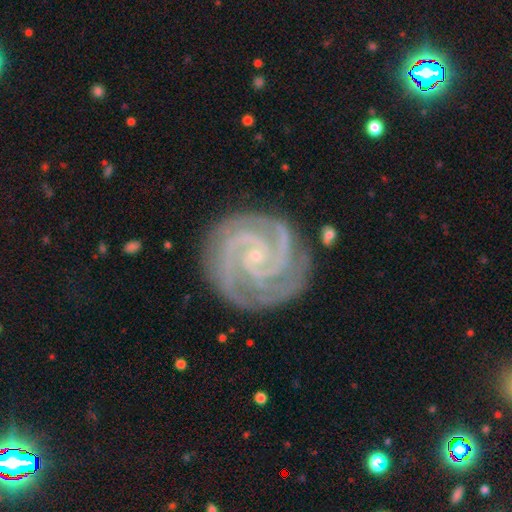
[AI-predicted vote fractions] Morphology: type=featured or disk (94%); edge-on=no (98%); bar=no (63%); spiral arms=yes (99%); winding=tight (76%); arm count=2 (50%); bulge=small (88%); merging=none (81%).